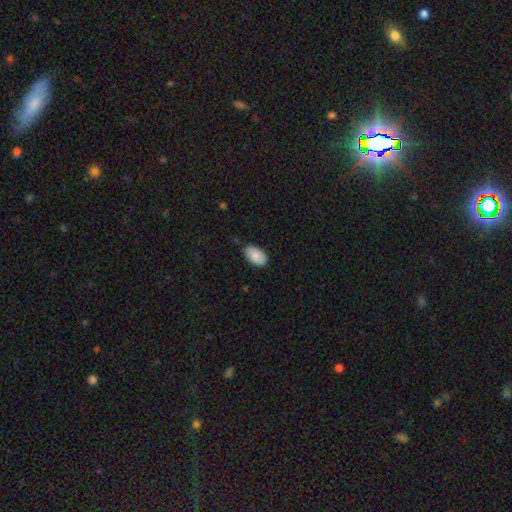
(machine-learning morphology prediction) This appears to be a smooth galaxy with no disk features (86%) that is in between round and cigar-shaped (94%). Merging: none (77%).